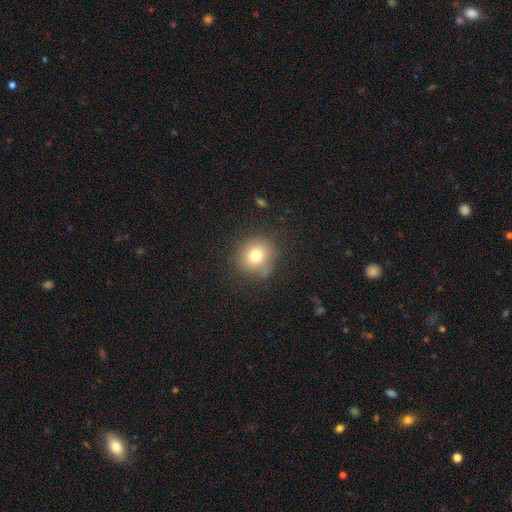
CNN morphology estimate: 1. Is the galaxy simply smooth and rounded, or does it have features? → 76% smooth, 13% star or artifact, 11% featured or disk.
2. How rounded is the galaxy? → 85% round, 14% in between, 1% cigar-shaped.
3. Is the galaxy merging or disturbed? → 82% none, 12% minor disturbance, 4% major disturbance, 2% merger.